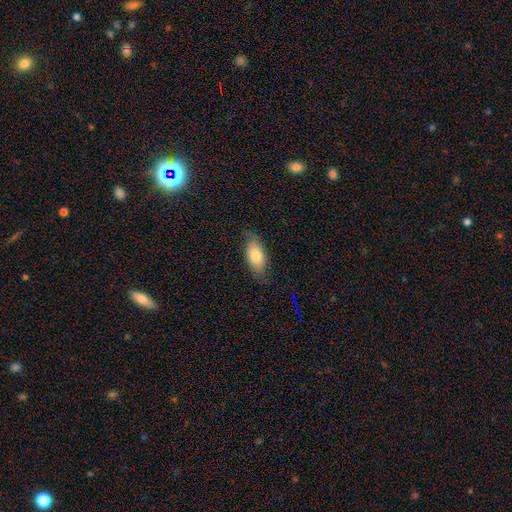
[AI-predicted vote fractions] Smooth or featured?
  - smooth: 78% *
  - featured or disk: 15%
  - star or artifact: 7%
How rounded?
  - in between: 88% *
  - cigar-shaped: 9%
  - round: 3%
Merging?
  - none: 74% *
  - minor disturbance: 20%
  - major disturbance: 4%
  - merger: 1%